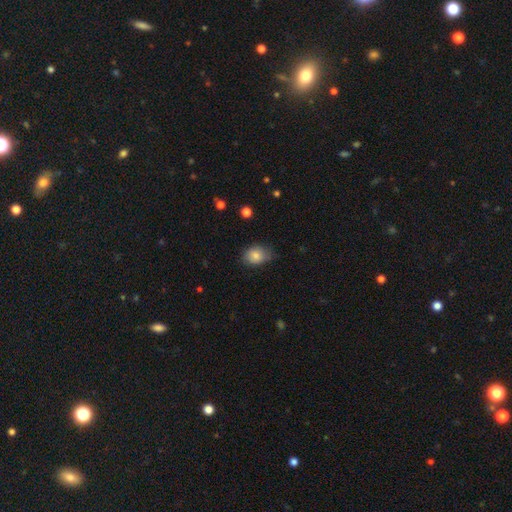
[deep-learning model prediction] Smooth or featured? smooth (83%)
How rounded? in between (63%)
Merging? none (67%)